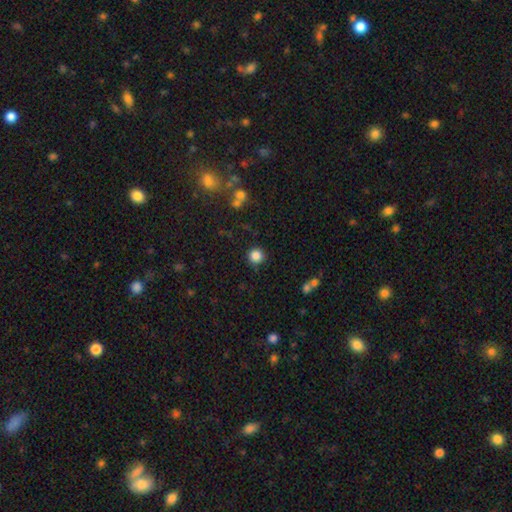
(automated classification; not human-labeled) Smooth or featured? smooth (85%)
How rounded? round (95%)
Merging? none (89%)